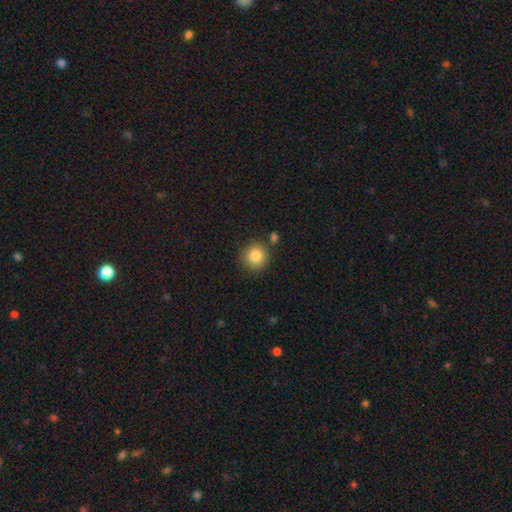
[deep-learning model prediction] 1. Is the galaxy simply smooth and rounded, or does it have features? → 85% smooth, 9% star or artifact, 5% featured or disk.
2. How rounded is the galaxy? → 92% round, 7% in between, 1% cigar-shaped.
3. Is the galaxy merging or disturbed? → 81% none, 9% minor disturbance, 6% merger, 3% major disturbance.